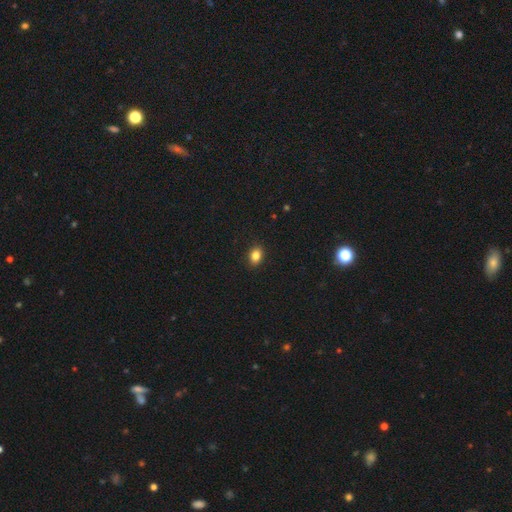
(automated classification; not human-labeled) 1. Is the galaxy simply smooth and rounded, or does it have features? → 84% smooth, 10% star or artifact, 6% featured or disk.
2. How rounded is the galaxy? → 69% in between, 30% round, 1% cigar-shaped.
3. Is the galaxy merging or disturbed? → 90% none, 7% minor disturbance, 2% major disturbance, 1% merger.